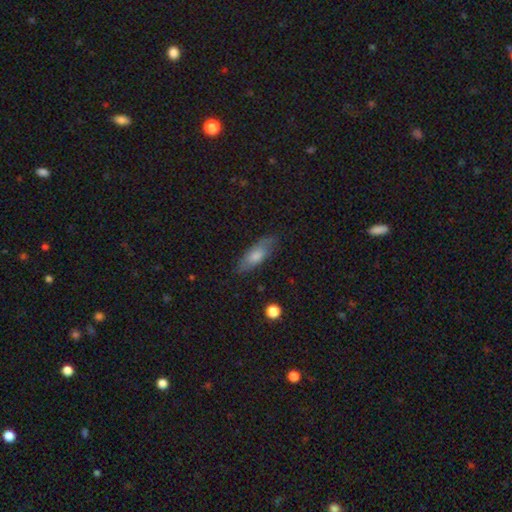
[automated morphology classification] A smooth galaxy with no disk features (64%) that is in between round and cigar-shaped (60%).

Vote fractions:
- Smooth or featured? smooth: 64% / featured or disk: 28% / star or artifact: 8%
- How rounded? in between: 60% / cigar-shaped: 38% / round: 3%
- Merging? none: 79% / minor disturbance: 16% / major disturbance: 4% / merger: 1%